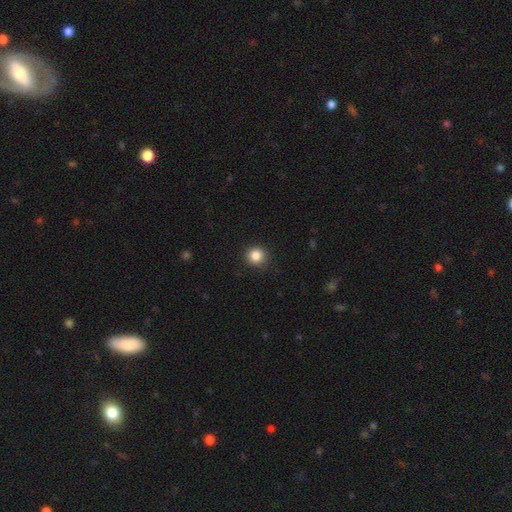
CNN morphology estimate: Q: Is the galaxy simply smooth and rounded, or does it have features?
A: smooth — 85%.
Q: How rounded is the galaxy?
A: round — 93%.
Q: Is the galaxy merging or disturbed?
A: none — 89%.